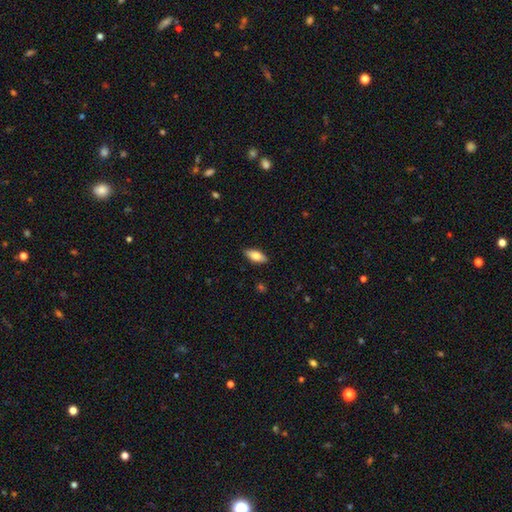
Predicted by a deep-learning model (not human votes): A smooth galaxy with no disk features (71%) that is in between round and cigar-shaped (78%).

Vote fractions:
- Smooth or featured? smooth: 71% / featured or disk: 23% / star or artifact: 6%
- How rounded? in between: 78% / cigar-shaped: 19% / round: 3%
- Merging? none: 88% / minor disturbance: 9% / major disturbance: 2% / merger: 1%